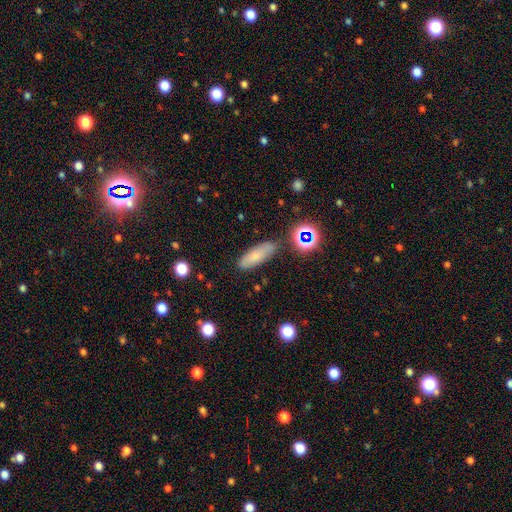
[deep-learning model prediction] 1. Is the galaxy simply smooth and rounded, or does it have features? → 68% smooth, 20% featured or disk, 12% star or artifact.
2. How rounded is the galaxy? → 60% in between, 36% cigar-shaped, 4% round.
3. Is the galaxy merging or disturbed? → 77% none, 15% minor disturbance, 4% merger, 4% major disturbance.